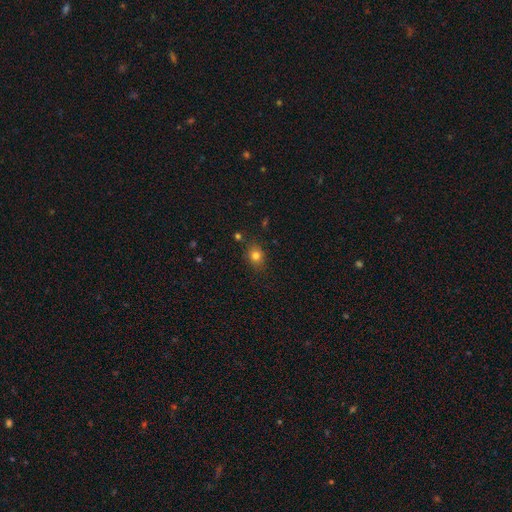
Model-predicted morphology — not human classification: Smooth or featured? smooth (79%)
How rounded? round (58%)
Merging? none (83%)